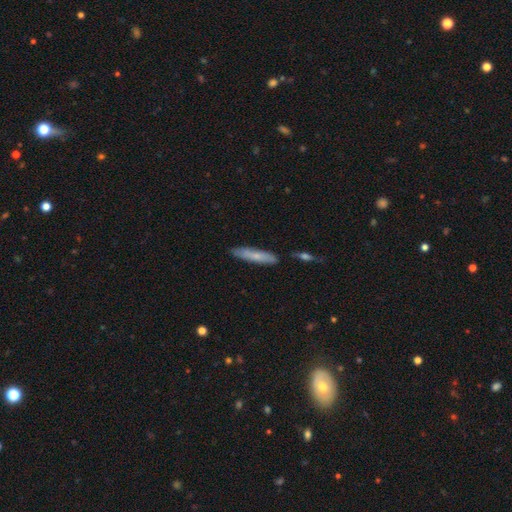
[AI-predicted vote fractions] A smooth galaxy with no disk features (65%) that is cigar-shaped (85%). Merging: none (82%).